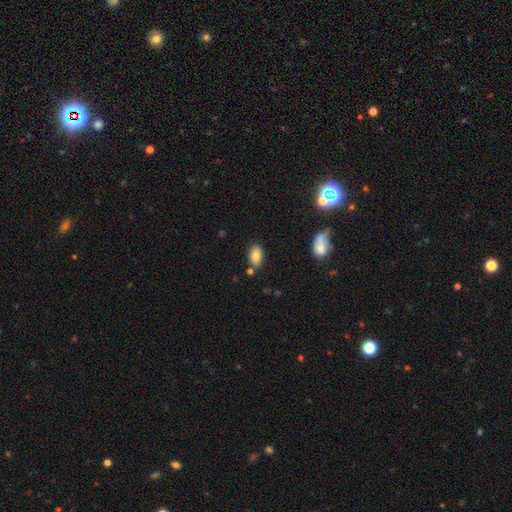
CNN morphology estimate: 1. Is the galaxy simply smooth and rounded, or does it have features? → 81% smooth, 10% featured or disk, 9% star or artifact.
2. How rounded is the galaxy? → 90% in between, 8% round, 2% cigar-shaped.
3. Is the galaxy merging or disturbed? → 79% none, 12% minor disturbance, 6% merger, 3% major disturbance.